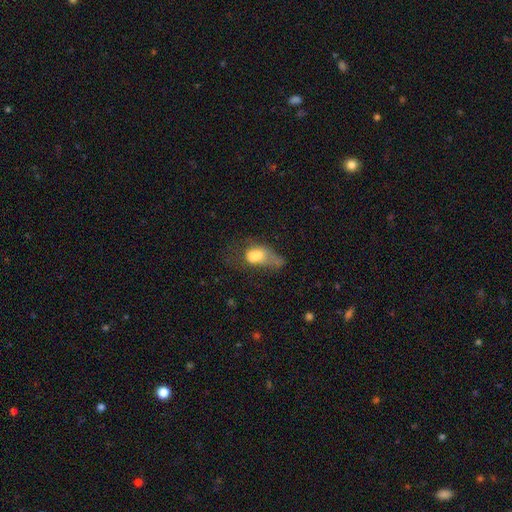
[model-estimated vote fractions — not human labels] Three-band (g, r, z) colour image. It shows a smooth galaxy with no disk features (59%) that is in between round and cigar-shaped (77%). Merging: major disturbance (36%).